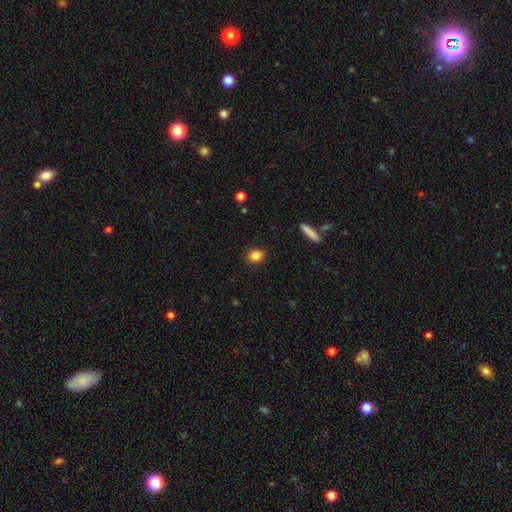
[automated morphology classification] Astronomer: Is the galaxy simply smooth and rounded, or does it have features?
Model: smooth — 86%.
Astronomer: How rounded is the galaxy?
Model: in between — 56% (runner-up: round, 42%).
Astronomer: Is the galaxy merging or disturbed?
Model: none — 89%.